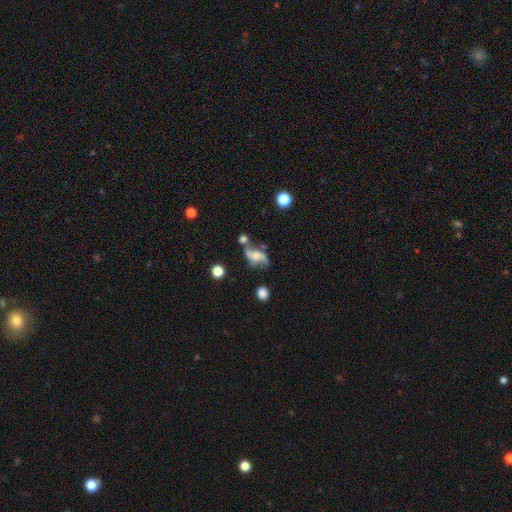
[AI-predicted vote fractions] A featured or disk galaxy (71%) with no bar (59%), 2 (89%) loose (76%) spiral arms (90%) and a moderate central bulge (52%).

Vote fractions:
- Smooth or featured? featured or disk: 71% / smooth: 19% / star or artifact: 10%
- Edge-on disk? no: 94% / yes: 6%
- Bar? no: 59% / weak: 31% / strong: 10%
- Spiral arms? yes: 90% / no: 10%
- Spiral winding? loose: 76% / medium: 18% / tight: 5%
- Spiral arm count? 2: 89% / can't tell: 4% / 1: 3% / 3: 2% / 4: 1% / more than 4: 1%
- Bulge size? moderate: 52% / small: 30% / large: 9% / none: 7% / dominant: 2%
- Merging? none: 45% / merger: 23% / minor disturbance: 19% / major disturbance: 14%